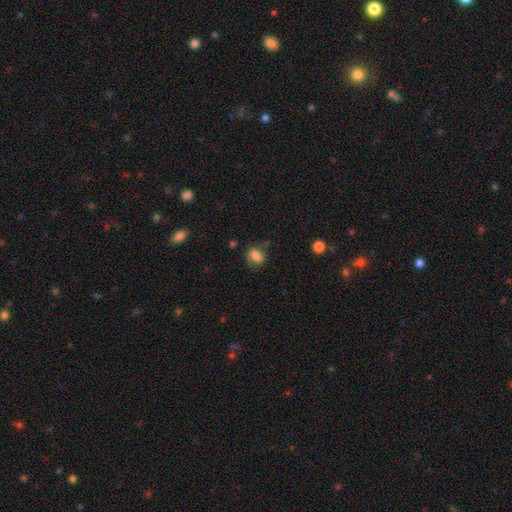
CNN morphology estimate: Smooth or featured? smooth (69%)
How rounded? in between (55%)
Merging? none (62%)